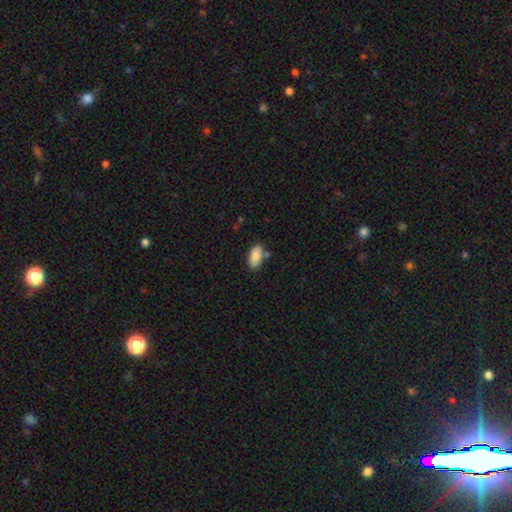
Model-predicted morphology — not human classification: Q: Smooth or featured?
A: smooth (87%); runner-up: star or artifact (7%)
Q: How rounded?
A: in between (93%); runner-up: cigar-shaped (5%)
Q: Merging?
A: none (73%); runner-up: minor disturbance (16%)